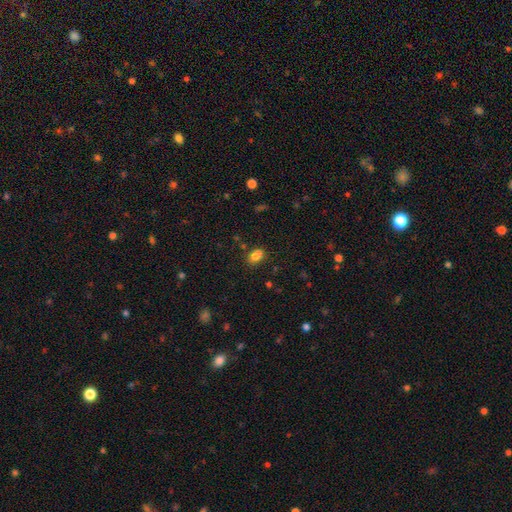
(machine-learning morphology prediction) smooth 84%, star or artifact 11%, featured or disk 5%. Down the decision tree: how rounded — in between (85%); merging — none (79%).